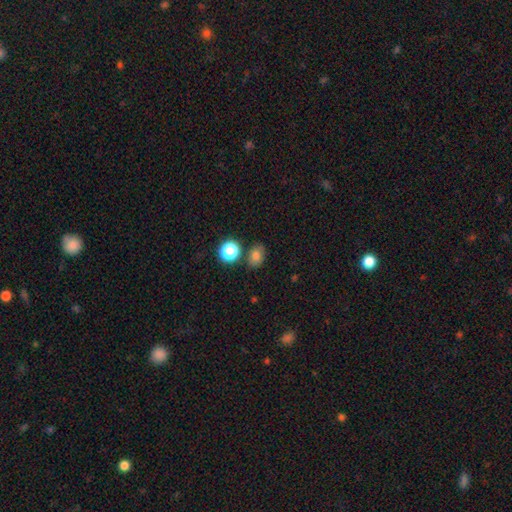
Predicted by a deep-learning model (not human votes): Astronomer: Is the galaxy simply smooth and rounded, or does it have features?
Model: smooth — 76%.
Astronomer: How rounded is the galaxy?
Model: in between — 61% (runner-up: round, 38%).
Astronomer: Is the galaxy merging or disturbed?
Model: none — 75%.